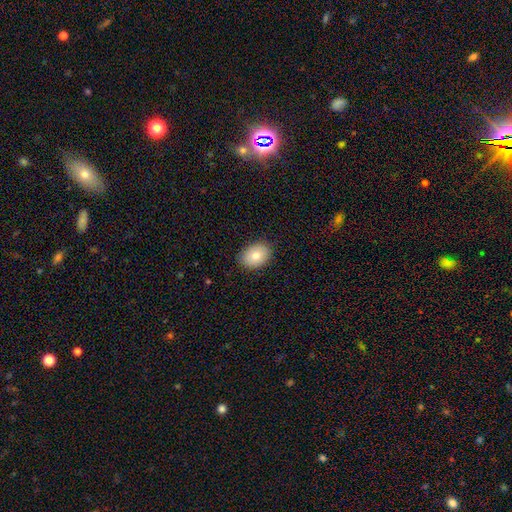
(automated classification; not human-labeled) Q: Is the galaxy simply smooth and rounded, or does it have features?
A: smooth — 83%.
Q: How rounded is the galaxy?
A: in between — 76%.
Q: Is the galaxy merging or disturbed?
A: none — 87%.